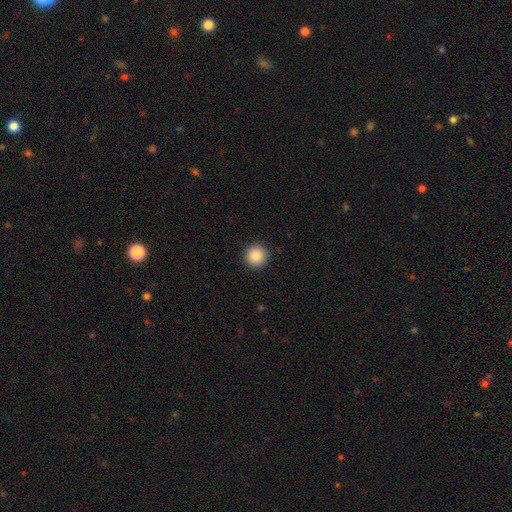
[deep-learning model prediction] Morphology: type=smooth (87%); roundness=round (94%); merging=none (92%).